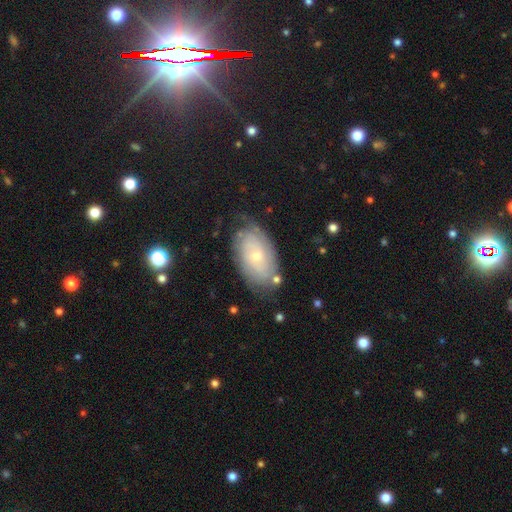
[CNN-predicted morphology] A featured or disk galaxy (61%) with no bar (79%), spiral arms (79%) and a small central bulge (67%).

Vote fractions:
- Smooth or featured? featured or disk: 61% / smooth: 30% / star or artifact: 8%
- Edge-on disk? no: 93% / yes: 7%
- Bar? no: 79% / weak: 18% / strong: 3%
- Spiral arms? yes: 79% / no: 21%
- Bulge size? small: 67% / moderate: 29% / large: 2% / none: 1% / dominant: 1%
- Merging? none: 69% / minor disturbance: 21% / major disturbance: 7% / merger: 3%